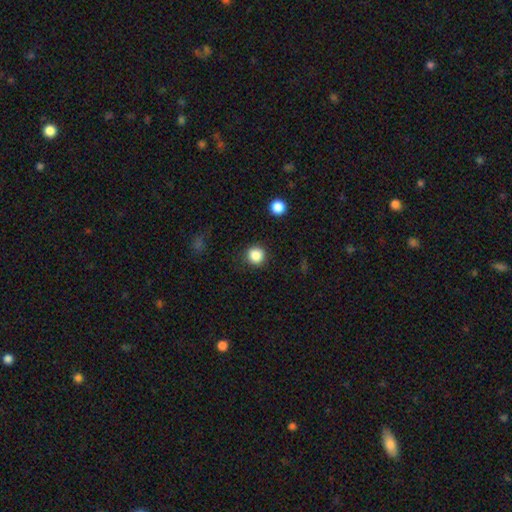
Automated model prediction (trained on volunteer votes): Smooth or featured? Predicted: smooth (p=0.85). How rounded? Predicted: round (p=0.93). Merging? Predicted: none (p=0.89).